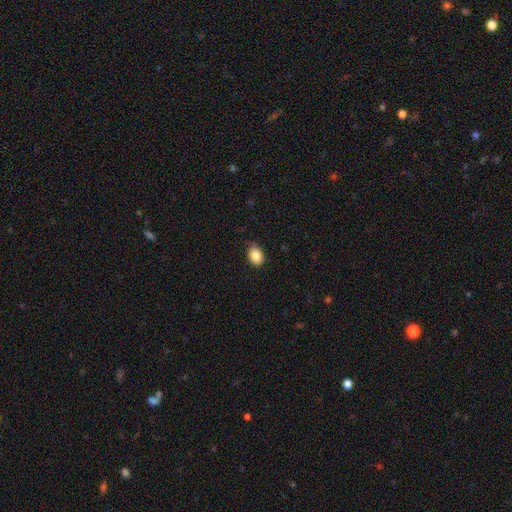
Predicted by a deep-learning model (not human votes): Morphology: type=smooth (86%); roundness=in between (71%); merging=none (80%).